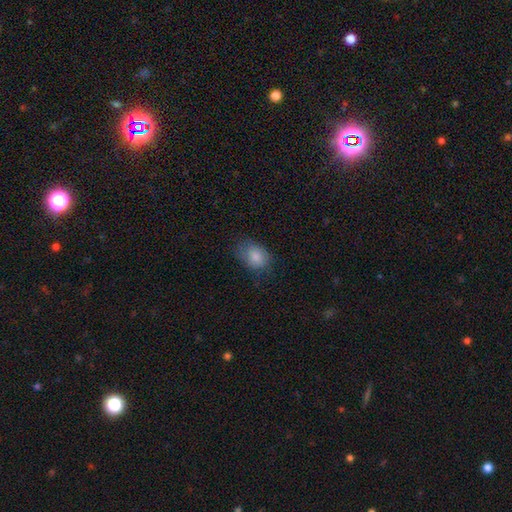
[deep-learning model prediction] smooth 78%, featured or disk 12%, star or artifact 10%. Down the decision tree: how rounded — in between (72%); merging — none (70%).